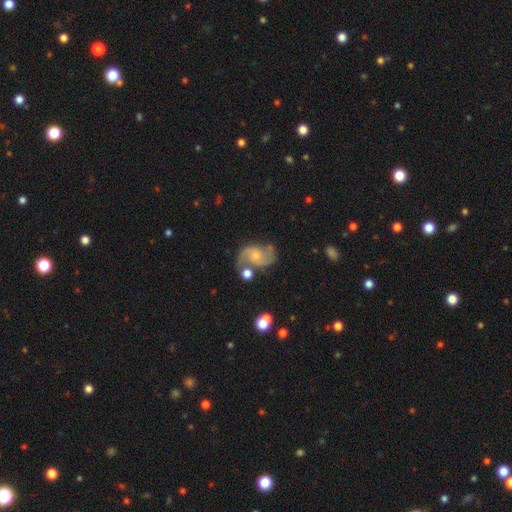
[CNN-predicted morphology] Smooth or featured? Predicted: featured or disk (p=0.86). Edge-on disk? Predicted: no (p=0.98). Bar? Predicted: no (p=0.64). Spiral arms? Predicted: yes (p=0.97). Spiral winding? Predicted: medium (p=0.54). Spiral arm count? Predicted: 2 (p=0.93). Bulge size? Predicted: small (p=0.61). Merging? Predicted: none (p=0.65).